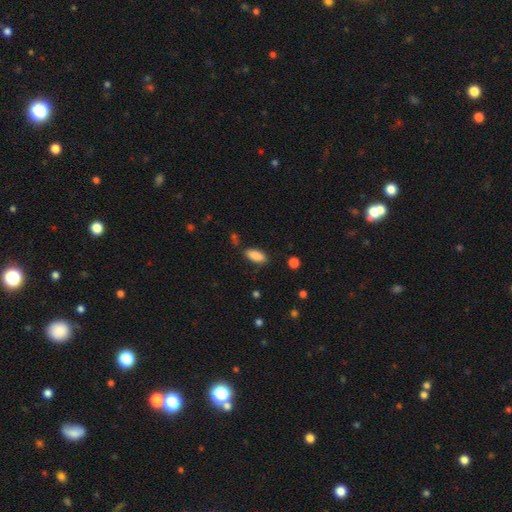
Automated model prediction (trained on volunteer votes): smooth-or-featured: smooth: 88% | star or artifact: 7% | featured or disk: 5%
  how-rounded: in between: 84% | cigar-shaped: 14% | round: 2%
  merging: none: 83% | minor disturbance: 12% | major disturbance: 3% | merger: 2%